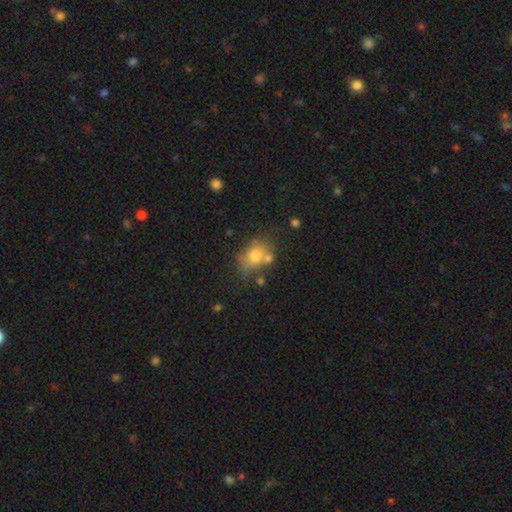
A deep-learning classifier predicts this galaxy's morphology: smooth 68%, featured or disk 19%, star or artifact 13%. Down the decision tree: how rounded — in between (54%); merging — none (50%).